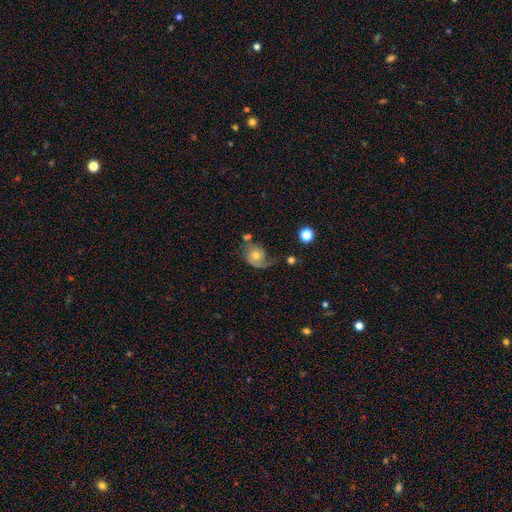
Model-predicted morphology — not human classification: This is likely a featured or disk galaxy (67%). It is clearly not viewed edge-on (97%). Bar: likely no (72%). Spiral arm pattern: clearly yes (90%). Spiral arm count: possibly 1 (49%). Spiral winding: marginally medium (40%). Central bulge: likely moderate (61%). Merging: marginally none (43%).